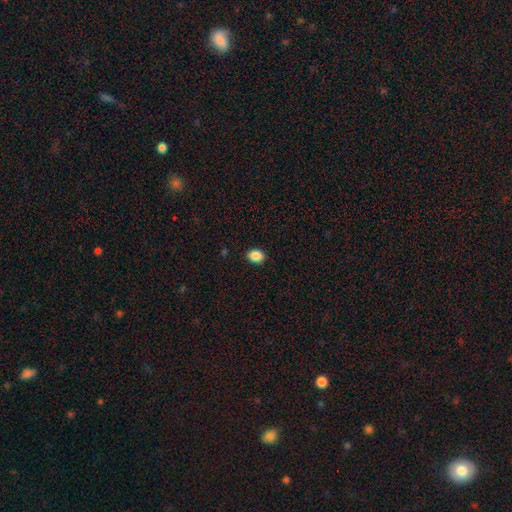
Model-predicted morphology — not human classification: A smooth galaxy with no disk features (88%) that is in between round and cigar-shaped (61%).

Vote fractions:
- Smooth or featured? smooth: 88% / star or artifact: 9% / featured or disk: 3%
- How rounded? in between: 61% / round: 38% / cigar-shaped: 1%
- Merging? none: 89% / minor disturbance: 8% / major disturbance: 2% / merger: 1%